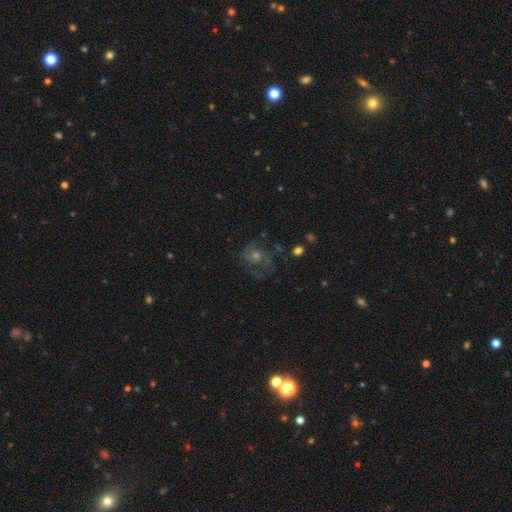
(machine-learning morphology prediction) The model was most divided on "spiral winding": medium: 48%, tight: 37%, loose: 15%. More confident: edge-on disk — no (98%); spiral arms — yes (90%); bar — no (74%); merging — none (70%); smooth or featured — featured or disk (67%); spiral arm count — 2 (54%); bulge size — moderate (51%).